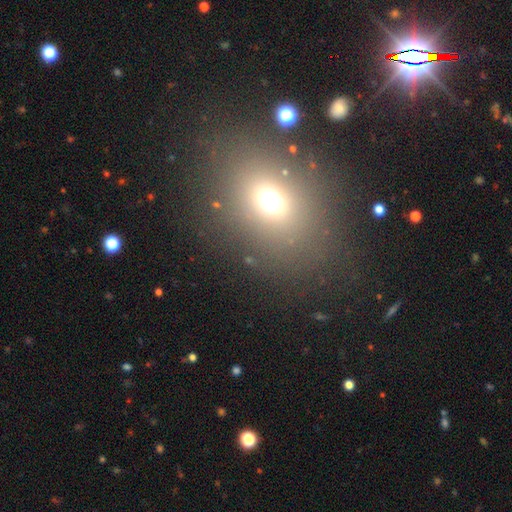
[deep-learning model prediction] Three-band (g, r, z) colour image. It shows a smooth galaxy with no disk features (54%) that is in between round and cigar-shaped (57%). Merging: none (85%).